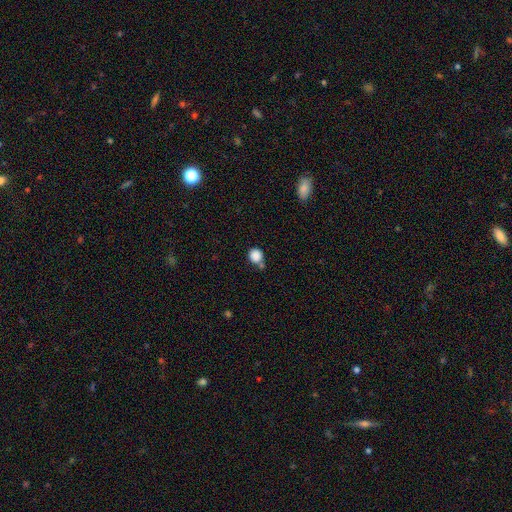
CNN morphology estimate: smooth-or-featured: smooth: 87% | star or artifact: 10% | featured or disk: 4%
  how-rounded: round: 89% | in between: 10% | cigar-shaped: 1%
  merging: none: 62% | merger: 19% | minor disturbance: 14% | major disturbance: 5%